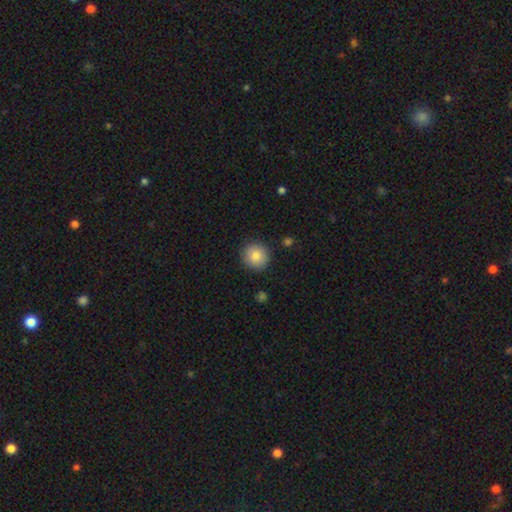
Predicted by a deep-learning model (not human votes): The model was most divided on "smooth or featured": smooth: 84%, star or artifact: 9%, featured or disk: 7%. More confident: how rounded — round (94%); merging — none (90%).